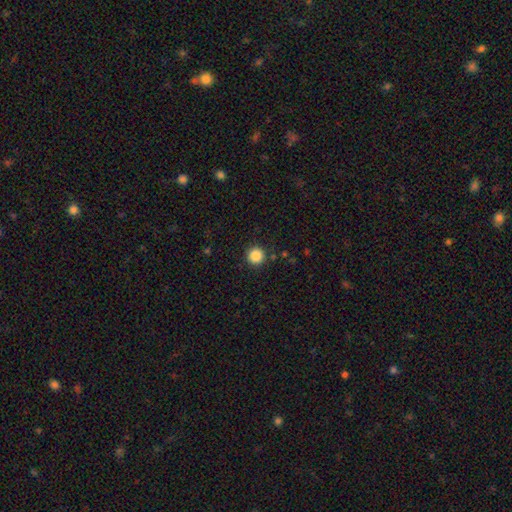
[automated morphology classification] smooth_or_featured: smooth (p=0.86) [alt: star or artifact p=0.11]
how_rounded: round (p=0.96) [alt: in between p=0.03]
merging: none (p=0.91) [alt: minor disturbance p=0.06]